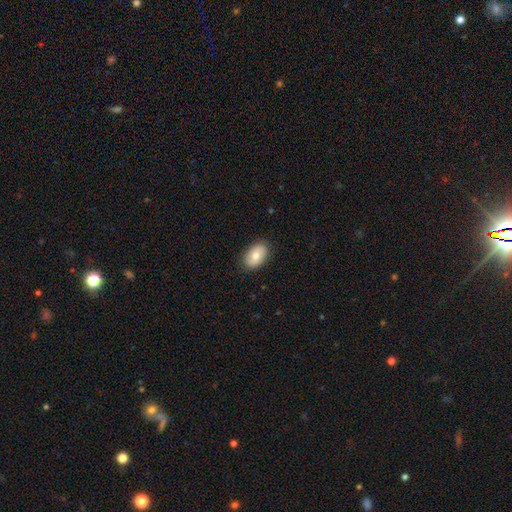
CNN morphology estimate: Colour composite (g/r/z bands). It shows a smooth galaxy with no disk features (75%) that is in between round and cigar-shaped (90%). Merging: none (86%).